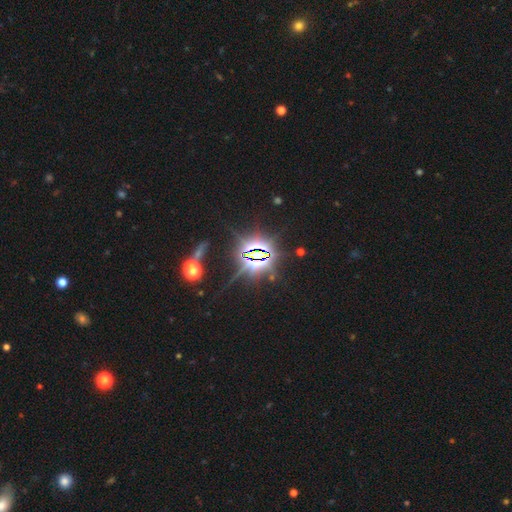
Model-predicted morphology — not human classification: The model was most divided on "smooth or featured": star or artifact: 83%, featured or disk: 9%, smooth: 8%.